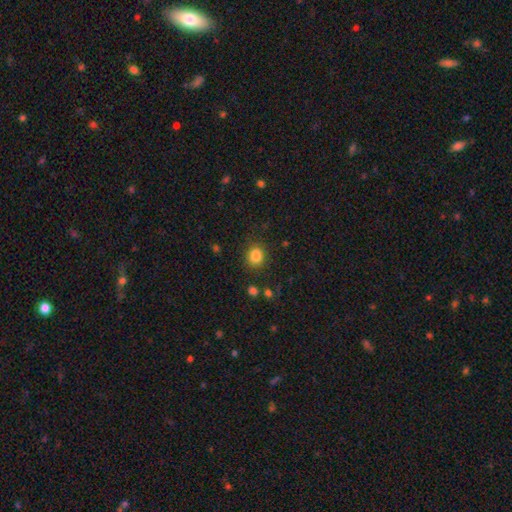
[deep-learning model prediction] Overall: smooth (84%). How rounded: round (74%). Merging: none (86%).